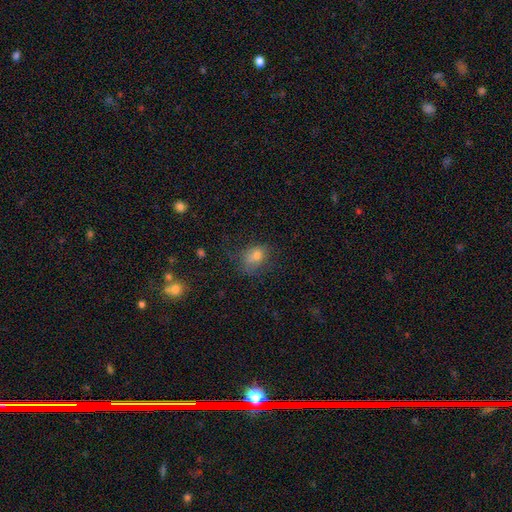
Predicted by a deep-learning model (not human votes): The model was most divided on "merging": none: 58%, minor disturbance: 25%, major disturbance: 15%, merger: 2%. More confident: smooth or featured — smooth (73%); how rounded — in between (66%).